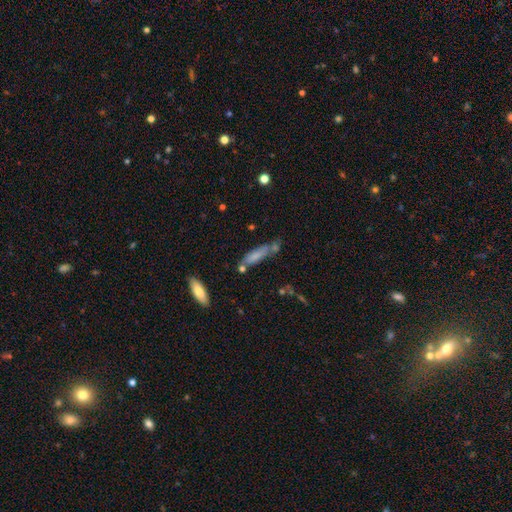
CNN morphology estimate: smooth 70%, featured or disk 21%, star or artifact 9%. Down the decision tree: how rounded — cigar-shaped (71%); merging — none (51%).